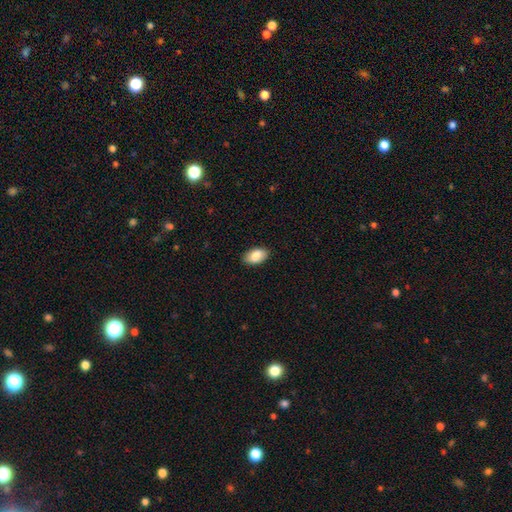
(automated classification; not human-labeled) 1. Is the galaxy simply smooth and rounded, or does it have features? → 86% smooth, 8% featured or disk, 6% star or artifact.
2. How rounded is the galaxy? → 94% in between, 4% round, 2% cigar-shaped.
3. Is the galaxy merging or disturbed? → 88% none, 9% minor disturbance, 2% major disturbance, 1% merger.